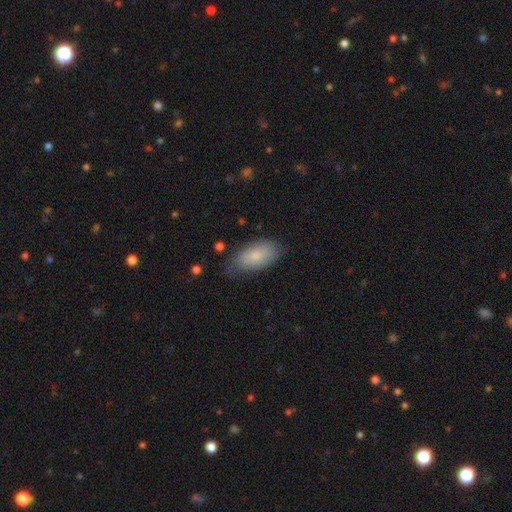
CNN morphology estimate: Smooth or featured? smooth (80%)
How rounded? in between (93%)
Merging? none (69%)